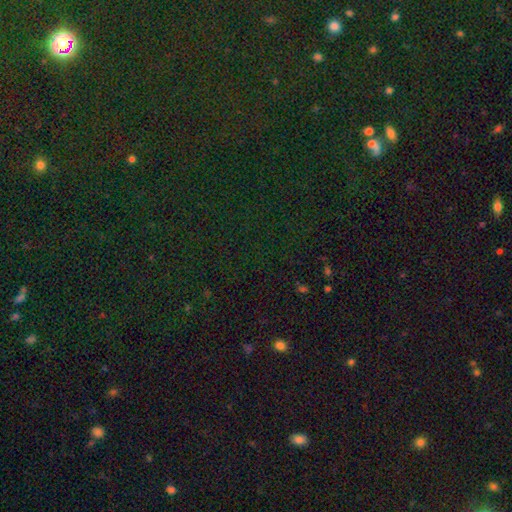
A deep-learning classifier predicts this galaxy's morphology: A star or artifact, not a galaxy (79%).